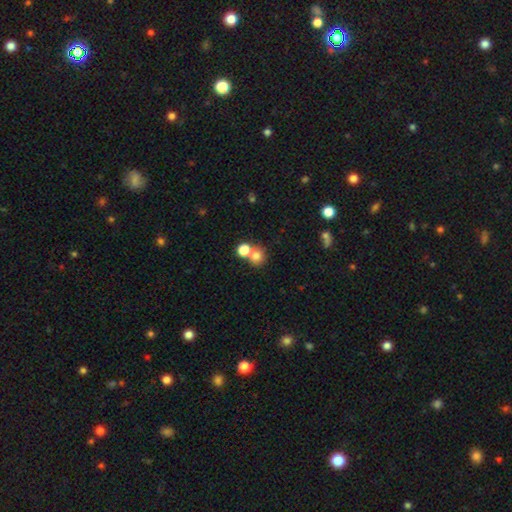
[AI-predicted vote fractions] This is likely a smooth galaxy (76%). How rounded: clearly round (82%). Merging: possibly none (48%).